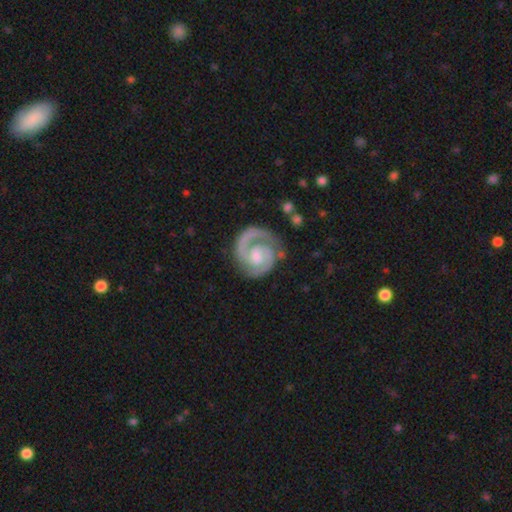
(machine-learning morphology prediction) Smooth or featured?
  - featured or disk: 92% *
  - smooth: 5%
  - star or artifact: 4%
Edge-on disk?
  - no: 98% *
  - yes: 2%
Bar?
  - no: 54% *
  - weak: 37%
  - strong: 9%
Spiral arms?
  - yes: 98% *
  - no: 2%
Spiral winding?
  - tight: 53% *
  - medium: 41%
  - loose: 6%
Spiral arm count?
  - 2: 84% *
  - 1: 9%
  - can't tell: 3%
  - 3: 2%
  - 4: 1%
  - more than 4: 1%
Bulge size?
  - moderate: 47% *
  - small: 32%
  - none: 12%
  - large: 7%
  - dominant: 1%
Merging?
  - none: 77% *
  - minor disturbance: 15%
  - major disturbance: 6%
  - merger: 2%